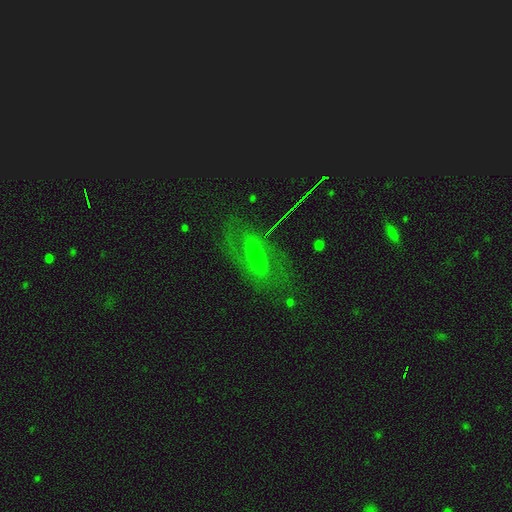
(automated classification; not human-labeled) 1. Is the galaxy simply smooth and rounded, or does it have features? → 61% featured or disk, 26% smooth, 13% star or artifact.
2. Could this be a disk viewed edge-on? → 78% no, 22% yes.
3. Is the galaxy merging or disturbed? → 71% none, 16% minor disturbance, 12% major disturbance, 2% merger.